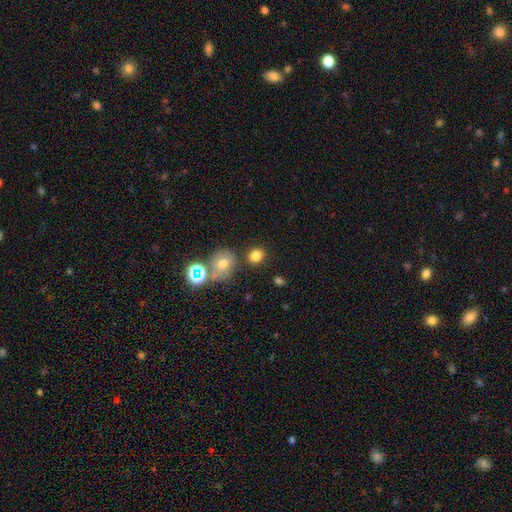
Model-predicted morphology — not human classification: This is likely a smooth galaxy (78%). How rounded: likely round (69%). Merging: likely none (75%).